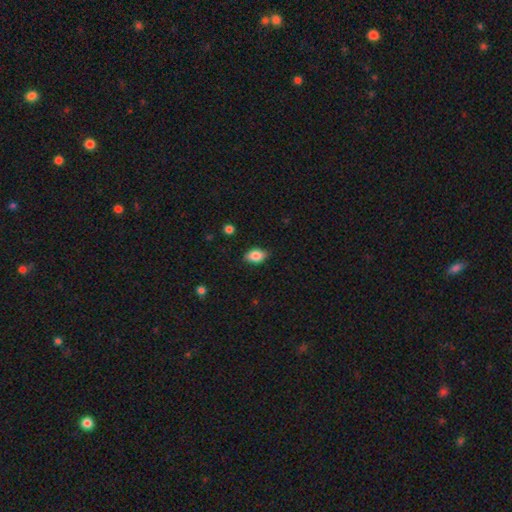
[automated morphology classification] smooth_or_featured: smooth (p=0.83) [alt: featured or disk p=0.09]
how_rounded: in between (p=0.86) [alt: round p=0.11]
merging: none (p=0.84) [alt: minor disturbance p=0.12]